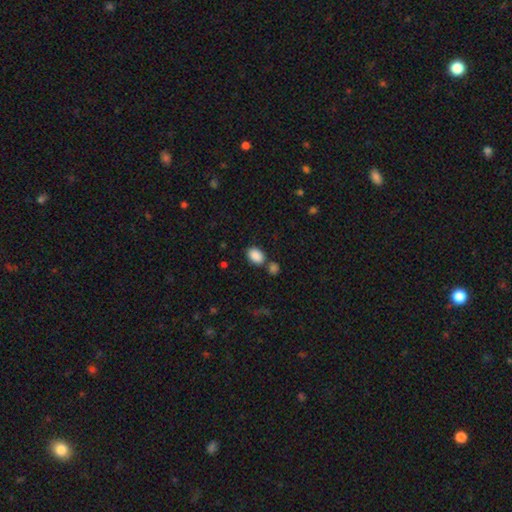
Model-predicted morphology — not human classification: The model was most divided on "merging": none: 66%, merger: 18%, minor disturbance: 12%, major disturbance: 4%. More confident: smooth or featured — smooth (88%); how rounded — in between (86%).